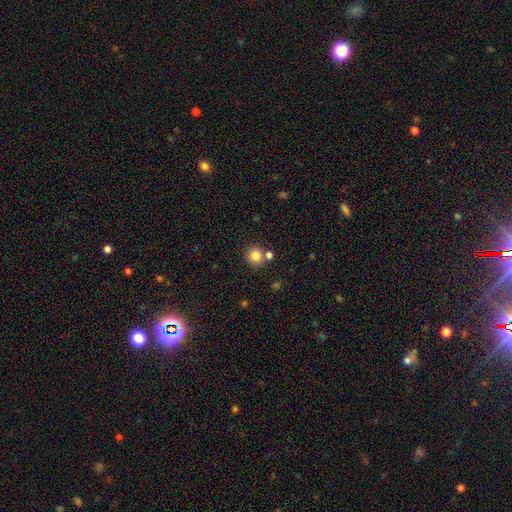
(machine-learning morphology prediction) This appears to be a smooth galaxy with no disk features (82%) that is round (92%). Merging: none (72%).